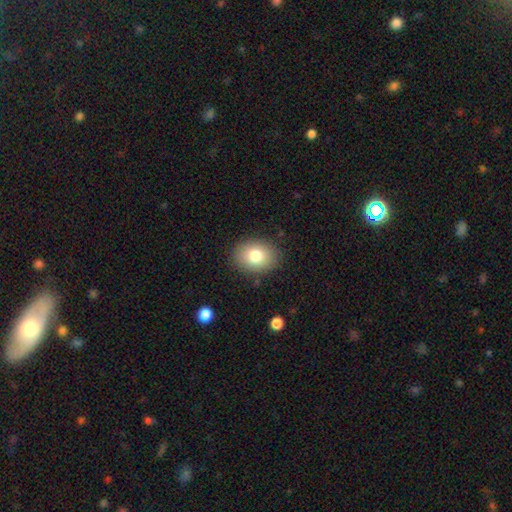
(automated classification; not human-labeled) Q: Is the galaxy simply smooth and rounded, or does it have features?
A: smooth — 79%.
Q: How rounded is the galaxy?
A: in between — 62%.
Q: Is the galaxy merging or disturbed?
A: none — 87%.